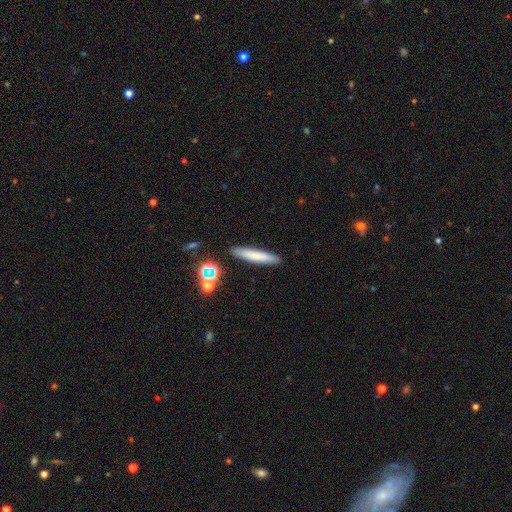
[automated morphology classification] Q: Smooth or featured?
A: smooth (73%); runner-up: featured or disk (18%)
Q: How rounded?
A: cigar-shaped (91%); runner-up: in between (8%)
Q: Merging?
A: none (90%); runner-up: minor disturbance (7%)